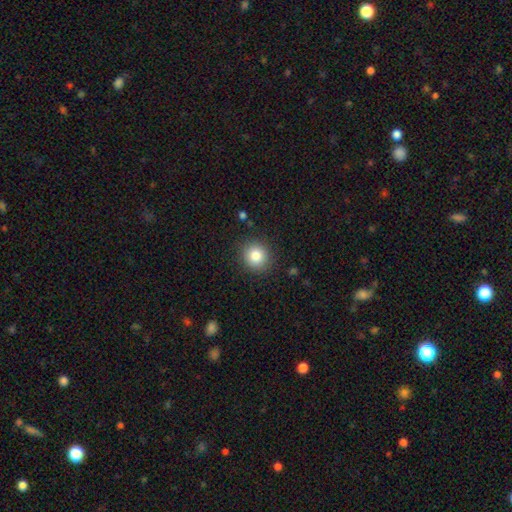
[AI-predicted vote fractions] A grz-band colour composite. It shows a smooth galaxy with no disk features (83%) that is round (90%). Merging: none (89%).